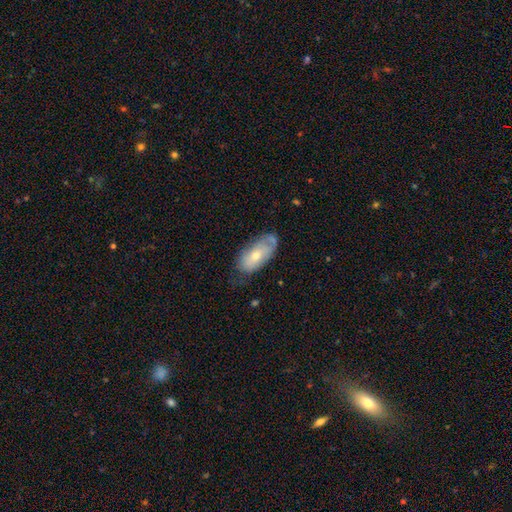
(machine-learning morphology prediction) smooth_or_featured: smooth (p=0.53) [alt: featured or disk p=0.40]
how_rounded: in between (p=0.90) [alt: cigar-shaped p=0.07]
merging: none (p=0.54) [alt: minor disturbance p=0.33]